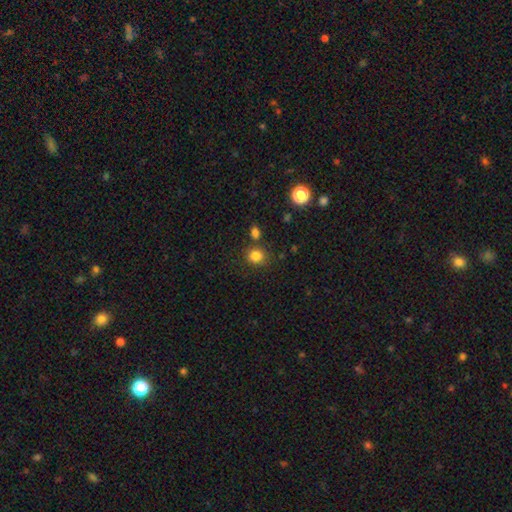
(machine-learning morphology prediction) smooth_or_featured: smooth (p=0.83) [alt: star or artifact p=0.12]
how_rounded: round (p=0.78) [alt: in between p=0.21]
merging: none (p=0.76) [alt: minor disturbance p=0.11]